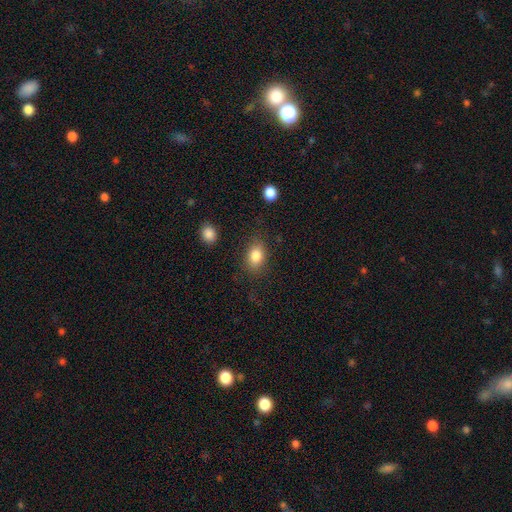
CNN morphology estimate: This is clearly a smooth galaxy (84%). How rounded: likely in between (74%). Merging: likely none (79%).